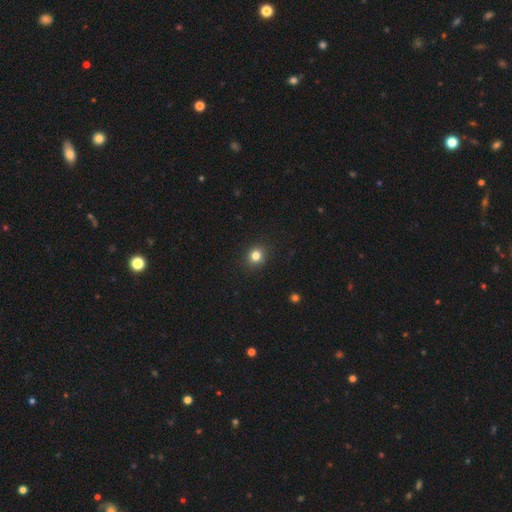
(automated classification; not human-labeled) Smooth or featured: smooth — 82% (star or artifact — 13%)
How rounded: round — 81% (in between — 18%)
Merging: none — 90% (minor disturbance — 7%)